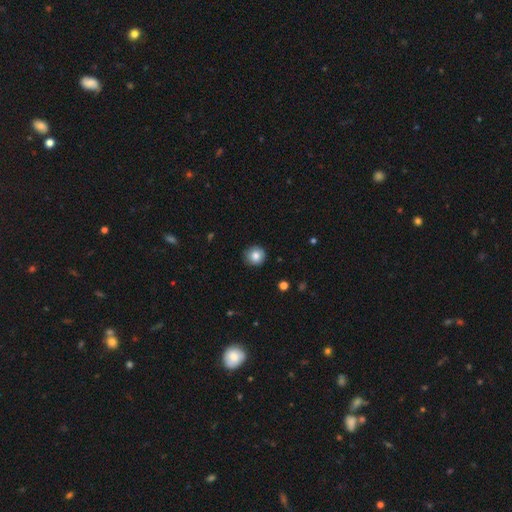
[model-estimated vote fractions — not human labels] Smooth or featured?
  - smooth: 83% *
  - star or artifact: 9%
  - featured or disk: 8%
How rounded?
  - round: 93% *
  - in between: 6%
  - cigar-shaped: 1%
Merging?
  - none: 88% *
  - minor disturbance: 9%
  - major disturbance: 2%
  - merger: 1%